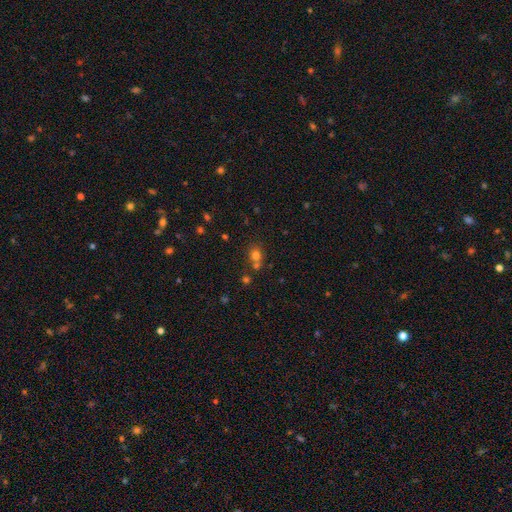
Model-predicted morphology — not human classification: smooth_or_featured: smooth (p=0.71) [alt: star or artifact p=0.19]
how_rounded: round (p=0.74) [alt: in between p=0.25]
merging: none (p=0.53) [alt: merger p=0.34]